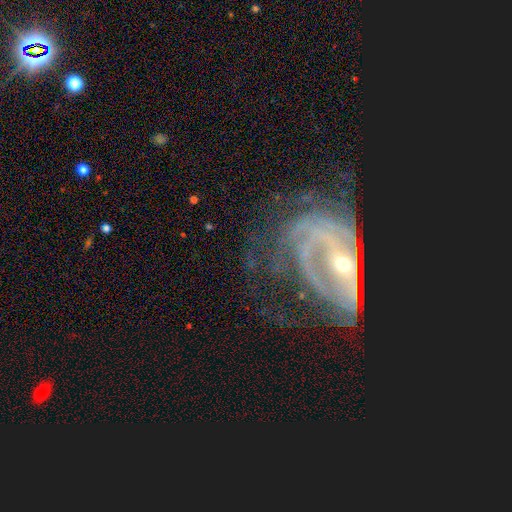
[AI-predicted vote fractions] Smooth or featured: featured or disk — 79% (star or artifact — 13%)
Edge-on disk: no — 94% (yes — 6%)
Bar: no — 44% (weak — 31%)
Spiral arms: yes — 75% (no — 25%)
Spiral winding: tight — 41% (medium — 35%)
Spiral arm count: can't tell — 40% (2 — 25%)
Bulge size: small — 60% (moderate — 33%)
Merging: major disturbance — 48% (none — 28%)